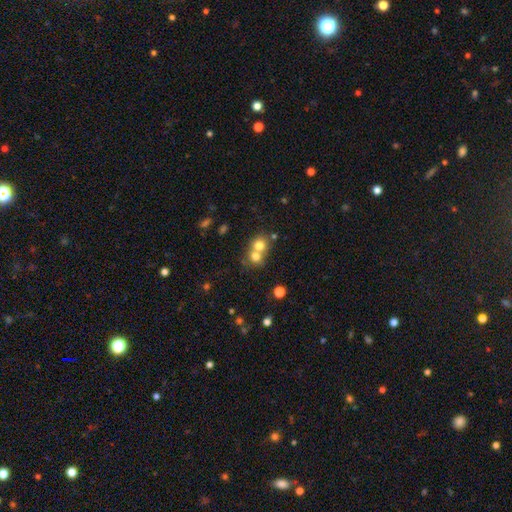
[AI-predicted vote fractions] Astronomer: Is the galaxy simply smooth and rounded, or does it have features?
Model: smooth — 72%.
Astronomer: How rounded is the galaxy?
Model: round — 79%.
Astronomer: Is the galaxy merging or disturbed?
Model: merger — 62%.